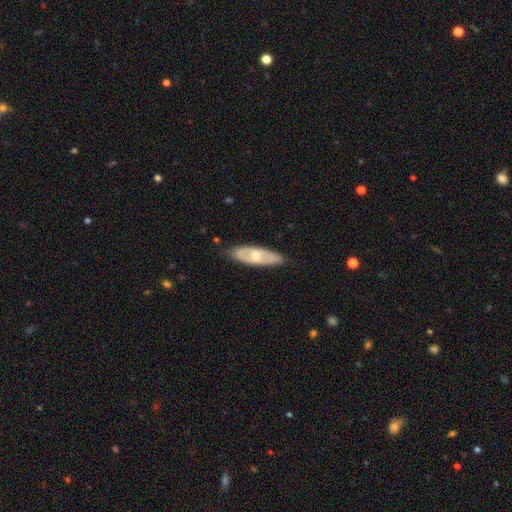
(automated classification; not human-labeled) Q: Smooth or featured?
A: smooth (48%); runner-up: featured or disk (47%)
Q: Merging?
A: none (80%); runner-up: minor disturbance (16%)